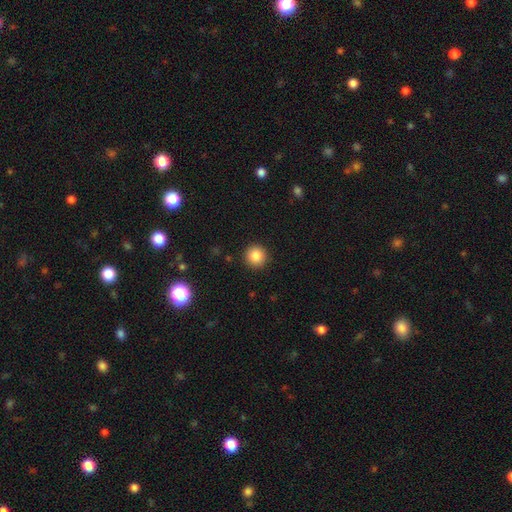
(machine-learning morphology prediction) Smooth or featured: smooth — 85% (star or artifact — 11%)
How rounded: round — 95% (in between — 4%)
Merging: none — 92% (minor disturbance — 6%)